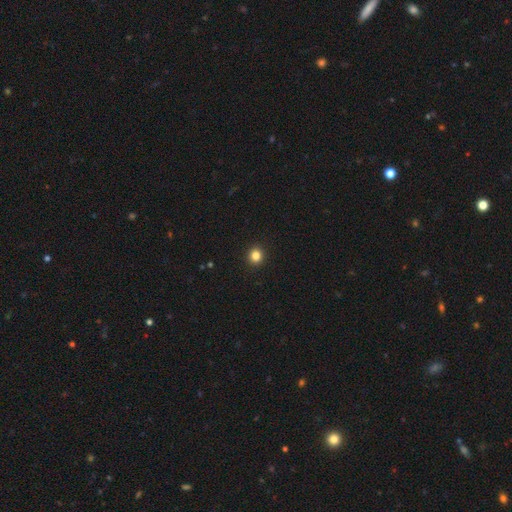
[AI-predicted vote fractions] This is clearly a smooth galaxy (83%). How rounded: clearly round (90%). Merging: clearly none (93%).